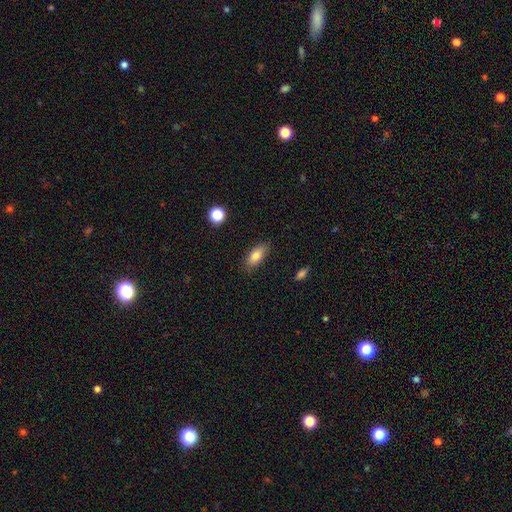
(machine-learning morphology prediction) This appears to be a smooth galaxy with no disk features (82%) that is in between round and cigar-shaped (84%). Merging: none (86%).